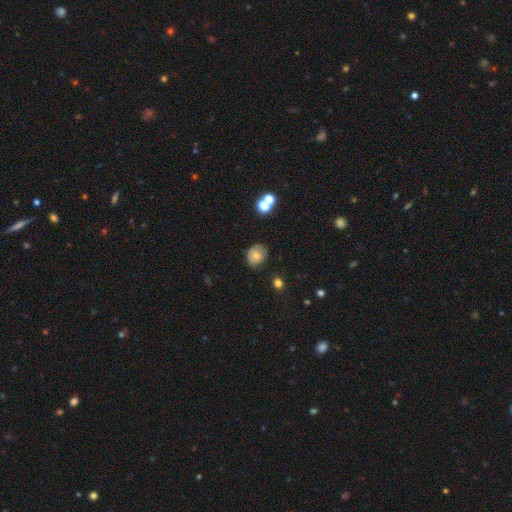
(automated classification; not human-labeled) smooth 71%, featured or disk 18%, star or artifact 11%. Down the decision tree: how rounded — round (60%); merging — none (73%).